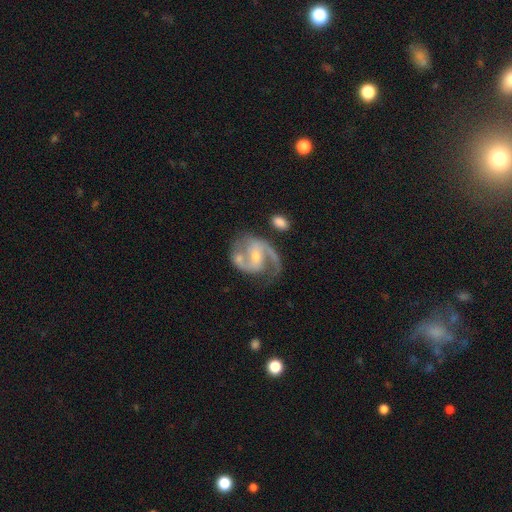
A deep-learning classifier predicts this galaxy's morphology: Overall: featured or disk (90%). Edge-on disk: no (98%). Bar: weak (45%; strong 29%). Spiral arms: yes (97%). Spiral arm count: 2 (87%). Spiral winding: medium (60%; loose 22%). Bulge size: small (51%; moderate 45%). Merging: none (59%; minor disturbance 20%).